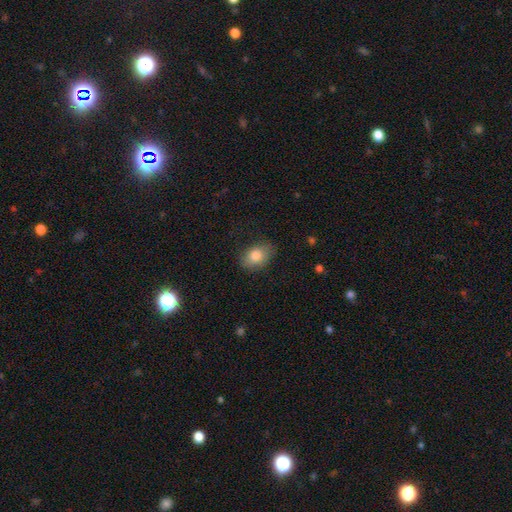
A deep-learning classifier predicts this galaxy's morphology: A smooth galaxy with no disk features (82%) that is in between round and cigar-shaped (79%). Merging: none (77%).